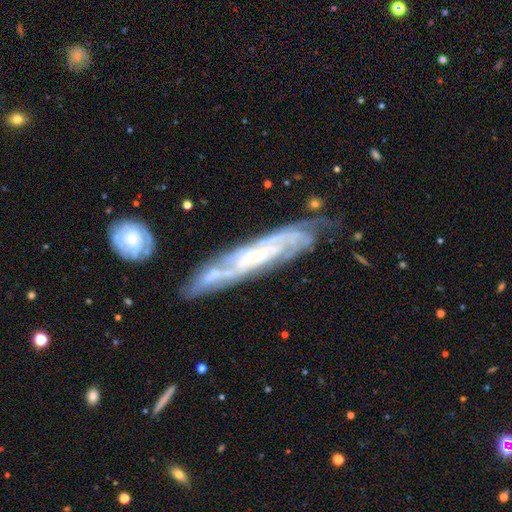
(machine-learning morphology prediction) The model was most divided on "edge-on disk": no: 57%, yes: 43%. More confident: smooth or featured — featured or disk (78%); merging — none (65%).